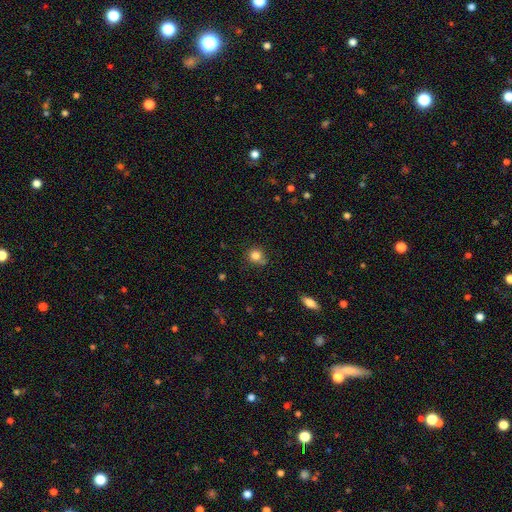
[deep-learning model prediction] A smooth galaxy with no disk features (82%) that is round (86%). Merging: none (68%).